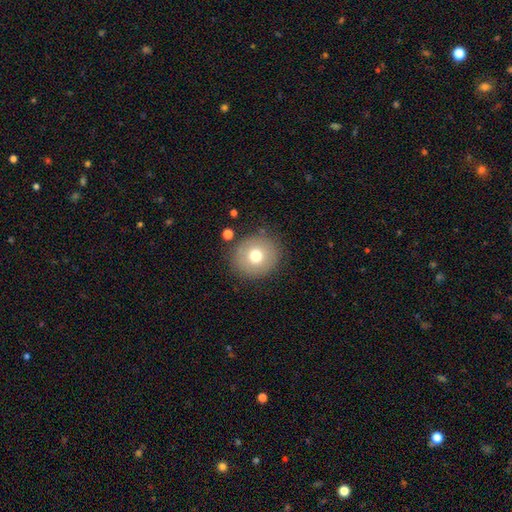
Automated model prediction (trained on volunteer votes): smooth_or_featured: smooth (p=0.71) [alt: featured or disk p=0.19]
how_rounded: round (p=0.91) [alt: in between p=0.08]
merging: none (p=0.85) [alt: minor disturbance p=0.09]